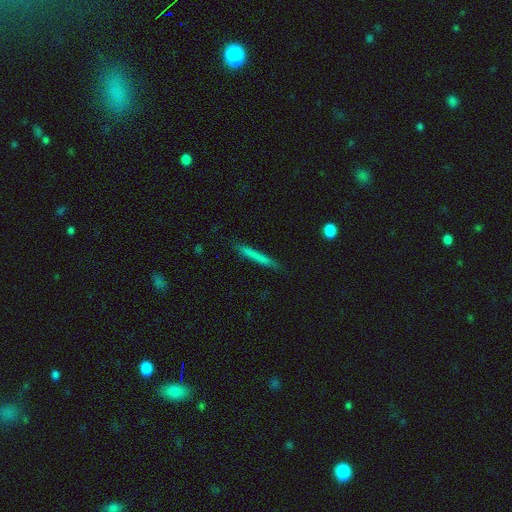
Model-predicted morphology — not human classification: A smooth galaxy with no disk features (68%) that is cigar-shaped (96%).

Vote fractions:
- Smooth or featured? smooth: 68% / featured or disk: 25% / star or artifact: 7%
- How rounded? cigar-shaped: 96% / in between: 3% / round: 1%
- Merging? none: 86% / minor disturbance: 11% / major disturbance: 2% / merger: 1%